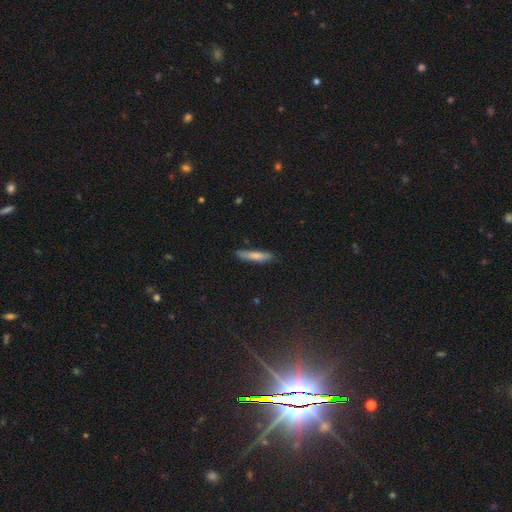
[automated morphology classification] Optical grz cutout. It shows a smooth galaxy with no disk features (72%) that is cigar-shaped (85%). Merging: none (81%).